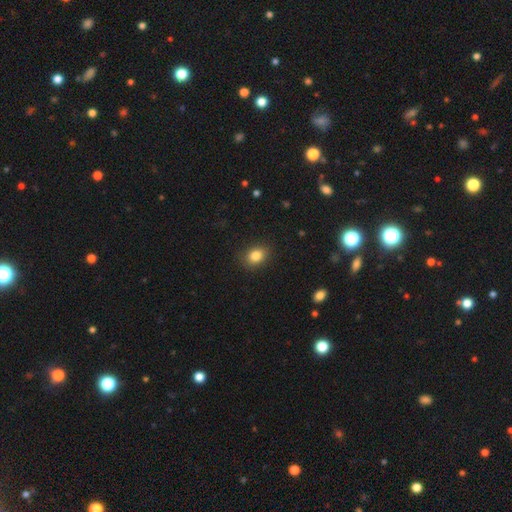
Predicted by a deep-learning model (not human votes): smooth 84%, star or artifact 10%, featured or disk 6%. Down the decision tree: how rounded — in between (58%); merging — none (86%).